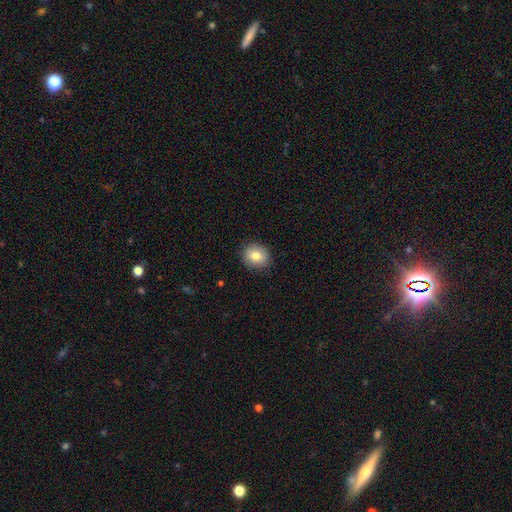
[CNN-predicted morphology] smooth 82%, featured or disk 9%, star or artifact 9%. Down the decision tree: how rounded — round (75%); merging — none (88%).